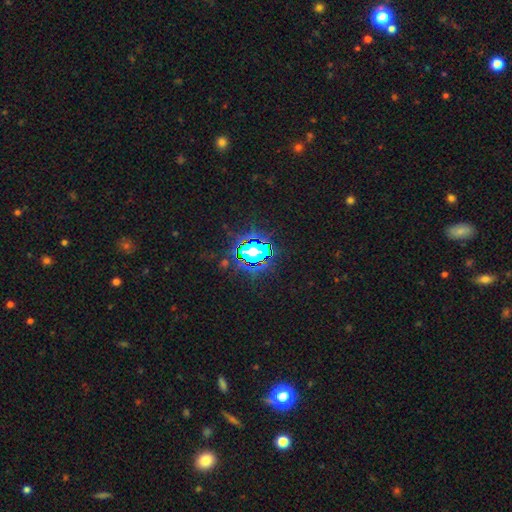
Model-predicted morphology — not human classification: A star or artifact, not a galaxy (76%).

Vote fractions:
- Smooth or featured? star or artifact: 76% / smooth: 17% / featured or disk: 8%